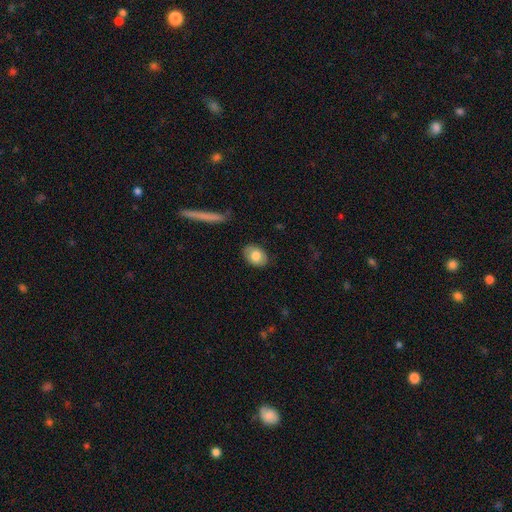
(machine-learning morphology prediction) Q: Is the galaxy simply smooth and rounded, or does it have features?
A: smooth — 76%.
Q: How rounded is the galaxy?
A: in between — 75%.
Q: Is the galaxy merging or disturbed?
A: none — 85%.